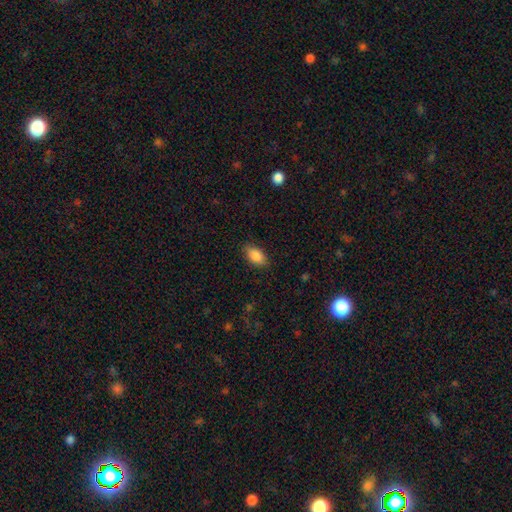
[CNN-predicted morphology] Overall: smooth (88%). How rounded: in between (93%). Merging: none (86%).